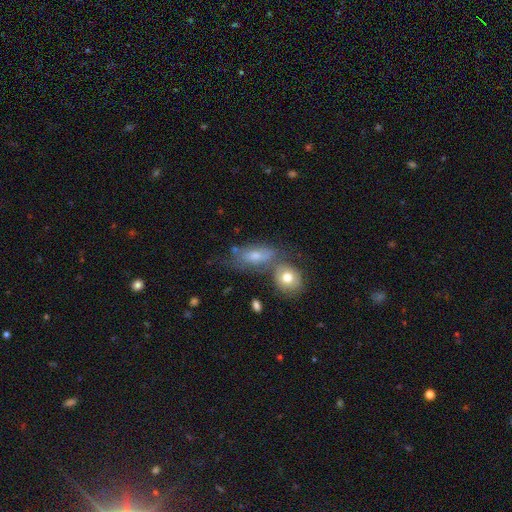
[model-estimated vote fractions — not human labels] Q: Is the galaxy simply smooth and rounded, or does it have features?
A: smooth — 52%.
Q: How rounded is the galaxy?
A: in between — 75%.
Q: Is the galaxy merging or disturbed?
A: none — 41%.